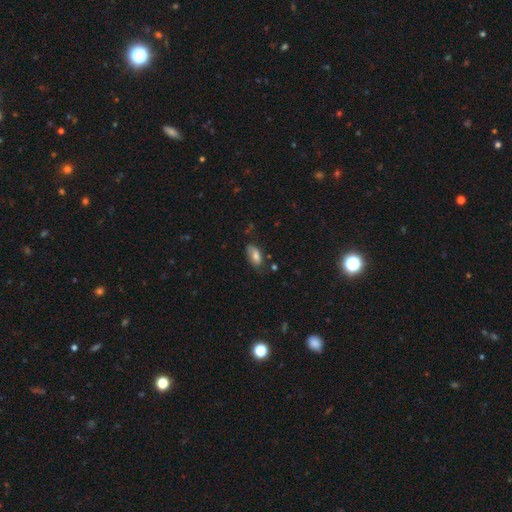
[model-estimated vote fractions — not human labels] The model was most divided on "merging": none: 57%, minor disturbance: 31%, major disturbance: 9%, merger: 3%. More confident: how rounded — in between (91%); smooth or featured — smooth (70%).